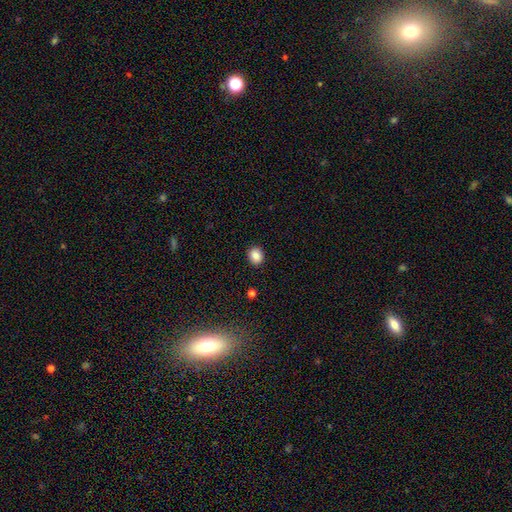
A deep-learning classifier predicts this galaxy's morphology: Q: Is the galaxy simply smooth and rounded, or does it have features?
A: smooth — 86%.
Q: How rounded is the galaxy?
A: round — 65%.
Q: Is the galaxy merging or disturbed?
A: none — 90%.